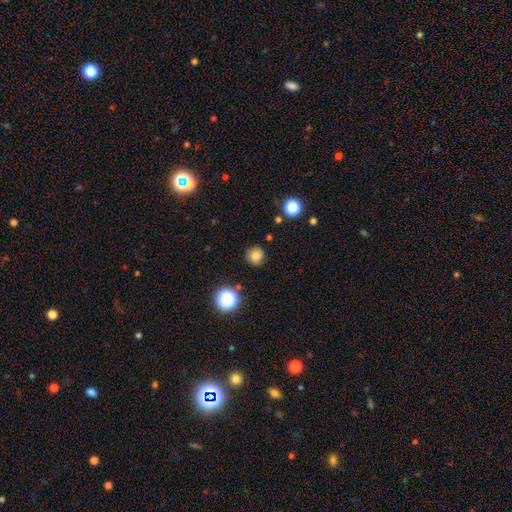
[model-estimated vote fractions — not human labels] This is likely a smooth galaxy (78%). How rounded: clearly round (88%). Merging: clearly none (82%).